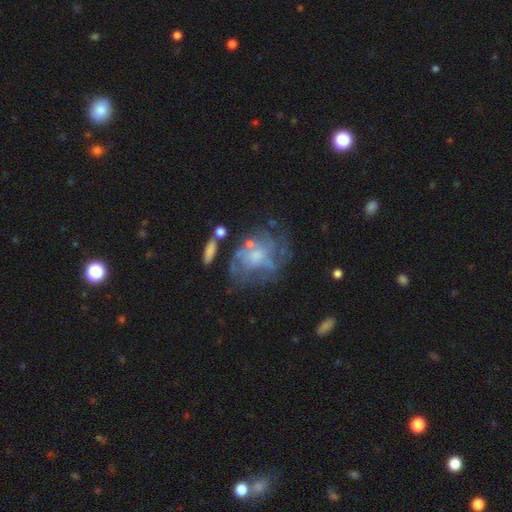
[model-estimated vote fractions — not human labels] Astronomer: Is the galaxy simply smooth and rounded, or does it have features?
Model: featured or disk — 65%.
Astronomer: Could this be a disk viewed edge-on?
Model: no — 97%.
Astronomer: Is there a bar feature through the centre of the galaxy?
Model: no — 77%.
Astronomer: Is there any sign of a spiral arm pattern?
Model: no — 52% (runner-up: yes, 48%).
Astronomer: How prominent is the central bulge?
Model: small — 36% (runner-up: moderate, 35%).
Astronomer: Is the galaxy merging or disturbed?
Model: none — 49%.